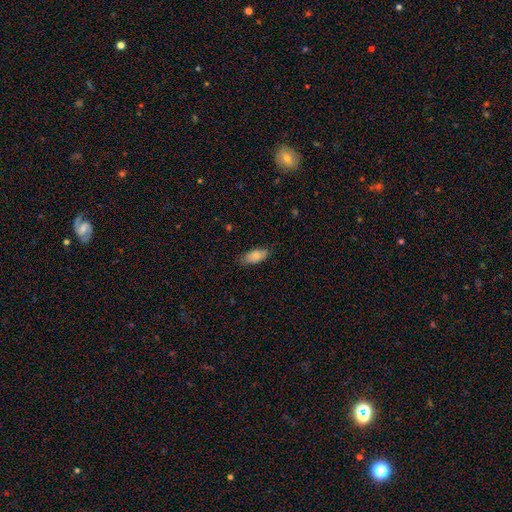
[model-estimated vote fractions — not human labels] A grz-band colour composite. It shows a smooth galaxy with no disk features (81%) that is in between round and cigar-shaped (88%). Merging: none (77%).